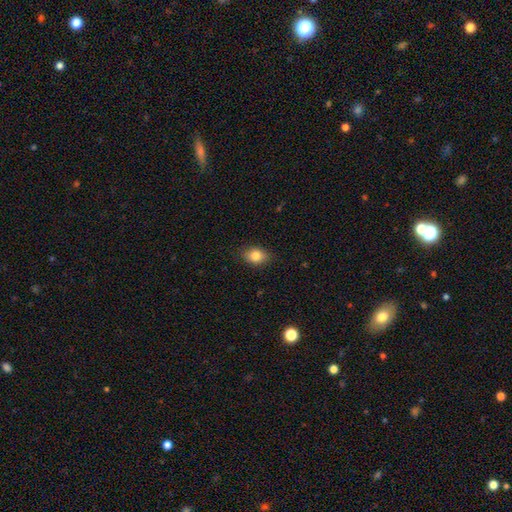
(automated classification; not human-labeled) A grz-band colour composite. It shows a smooth galaxy with no disk features (82%) that is in between round and cigar-shaped (75%). Merging: none (85%).